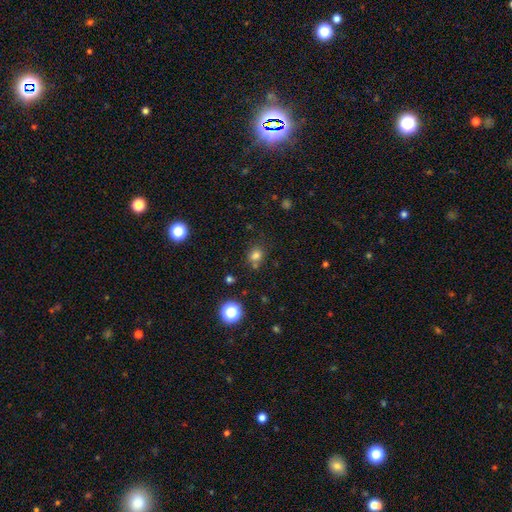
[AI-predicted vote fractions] Smooth or featured: smooth — 75% (star or artifact — 17%)
How rounded: round — 73% (in between — 26%)
Merging: none — 66% (merger — 16%)